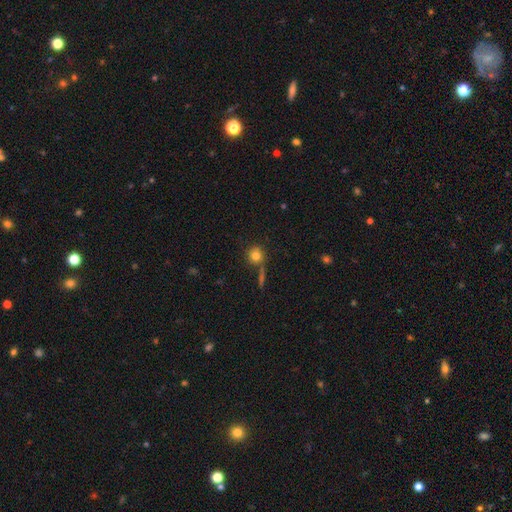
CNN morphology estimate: Smooth or featured?
  - smooth: 79% *
  - star or artifact: 12%
  - featured or disk: 9%
How rounded?
  - round: 90% *
  - in between: 8%
  - cigar-shaped: 2%
Merging?
  - none: 70% *
  - merger: 13%
  - minor disturbance: 12%
  - major disturbance: 5%